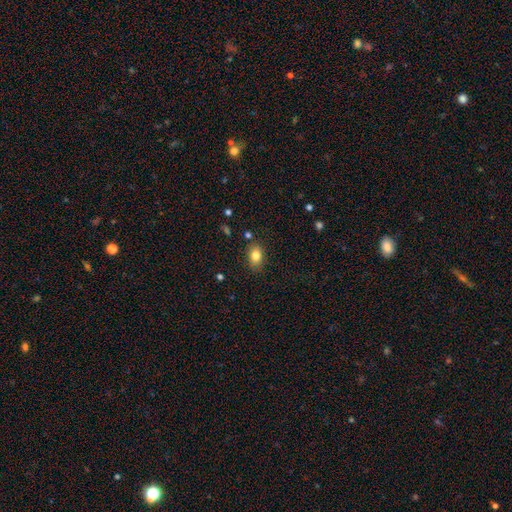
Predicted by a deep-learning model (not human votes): This appears to be a smooth galaxy with no disk features (82%) that is in between round and cigar-shaped (80%). Merging: none (82%).